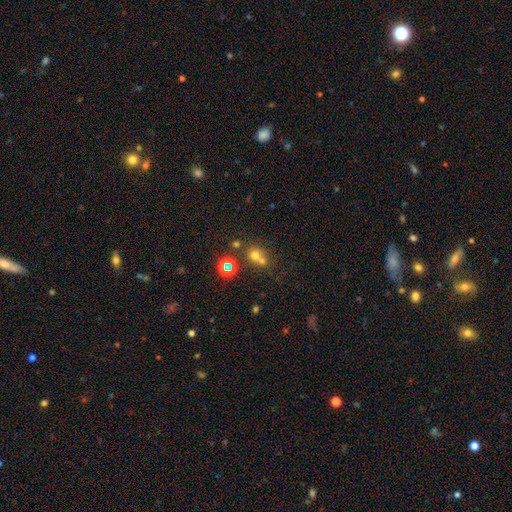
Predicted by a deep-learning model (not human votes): Smooth or featured? smooth (61%)
How rounded? round (82%)
Merging? none (49%)